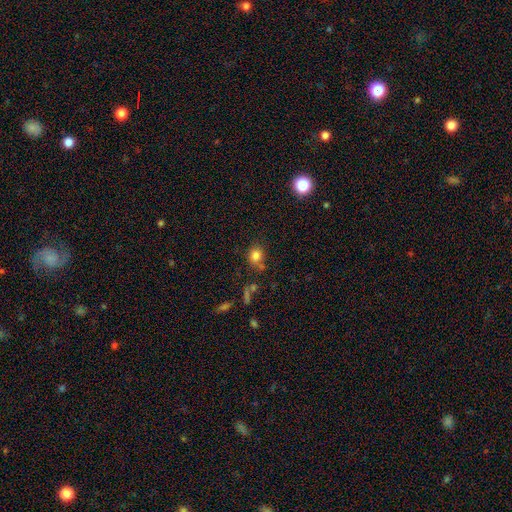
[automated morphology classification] Q: Smooth or featured?
A: smooth (80%); runner-up: star or artifact (12%)
Q: How rounded?
A: round (67%); runner-up: in between (32%)
Q: Merging?
A: none (65%); runner-up: minor disturbance (19%)